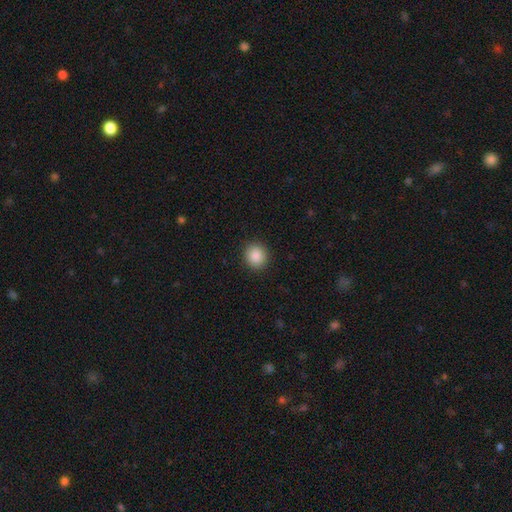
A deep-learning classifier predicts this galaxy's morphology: Overall: smooth (88%). How rounded: round (85%). Merging: none (91%).